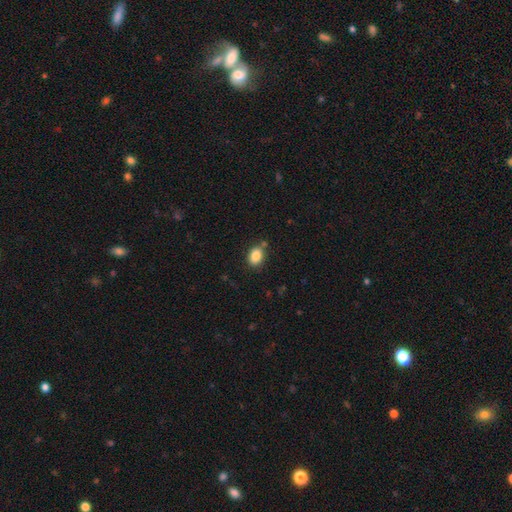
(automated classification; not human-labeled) Morphology: type=smooth (85%); roundness=in between (74%); merging=none (73%).